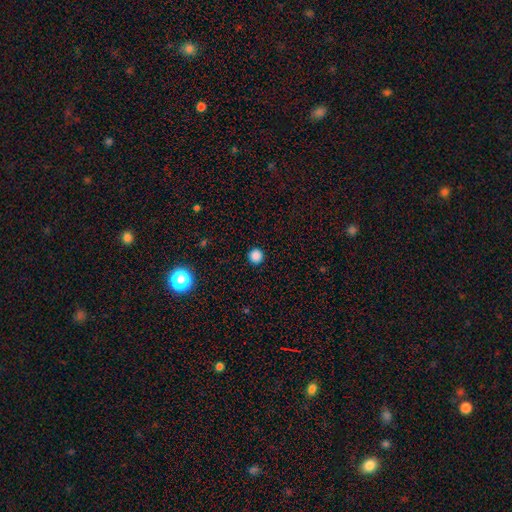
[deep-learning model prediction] This appears to be a smooth galaxy with no disk features (85%) that is round (96%). Merging: none (92%).